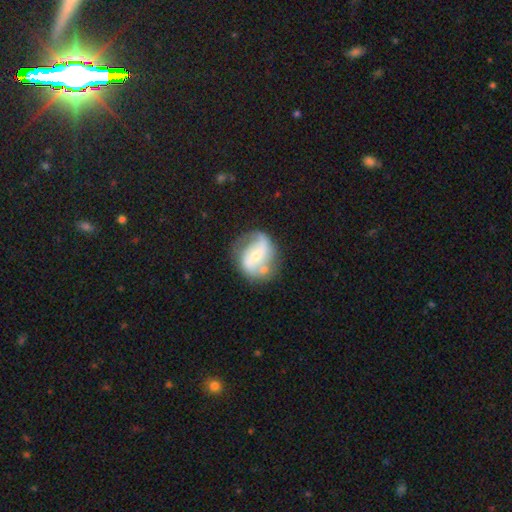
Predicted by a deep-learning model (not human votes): featured or disk 73%, smooth 21%, star or artifact 6%. Down the decision tree: edge-on disk — no (97%); bar — no (38%); spiral arms — yes (84%); spiral arm count — 2 (82%); spiral winding — loose (43%); bulge size — small (50%); merging — none (60%).